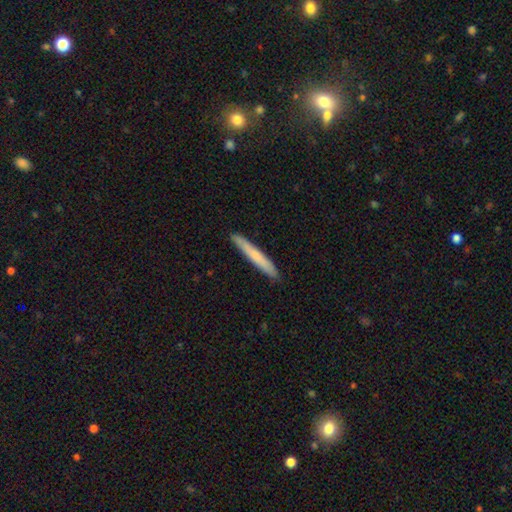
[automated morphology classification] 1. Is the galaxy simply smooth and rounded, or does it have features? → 67% smooth, 28% featured or disk, 5% star or artifact.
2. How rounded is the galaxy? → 96% cigar-shaped, 3% in between, 1% round.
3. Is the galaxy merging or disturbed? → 91% none, 7% minor disturbance, 1% major disturbance, 1% merger.